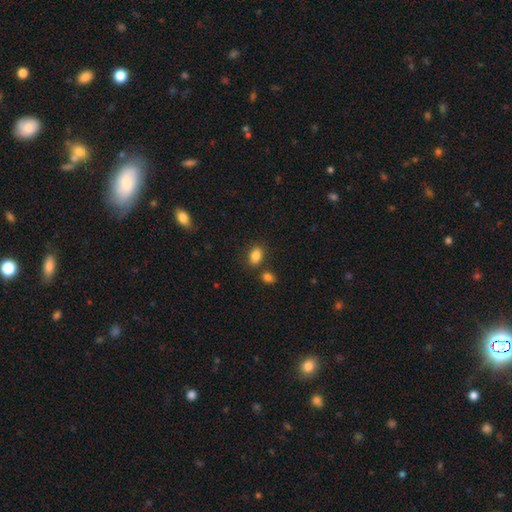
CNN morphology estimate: type=smooth (85%); roundness=in between (83%); merging=none (75%).